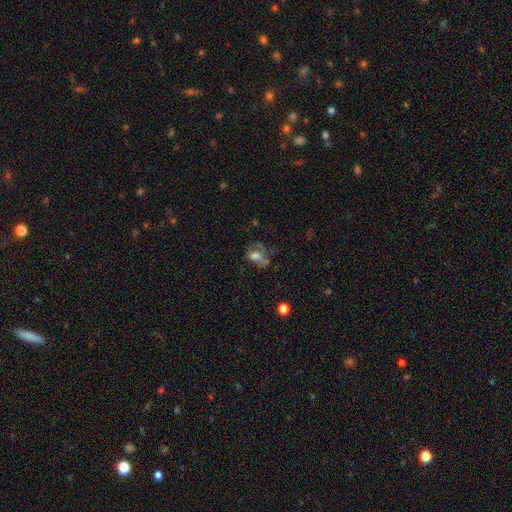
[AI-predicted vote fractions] The model was most divided on "merging": major disturbance: 39%, none: 29%, minor disturbance: 19%, merger: 13%. Remaining: smooth or featured — smooth (49%).